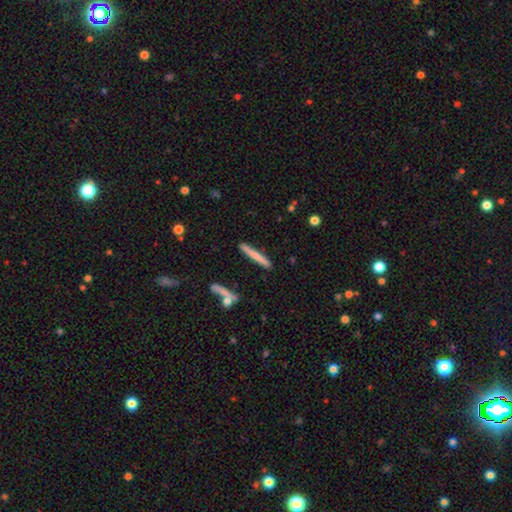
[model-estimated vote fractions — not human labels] A smooth galaxy with no disk features (62%) that is cigar-shaped (95%). Merging: none (85%).